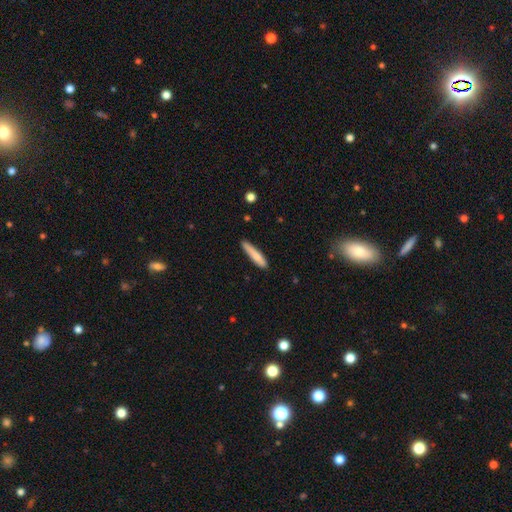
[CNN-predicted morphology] This appears to be a smooth galaxy with no disk features (77%) that is cigar-shaped (89%). Merging: none (80%).